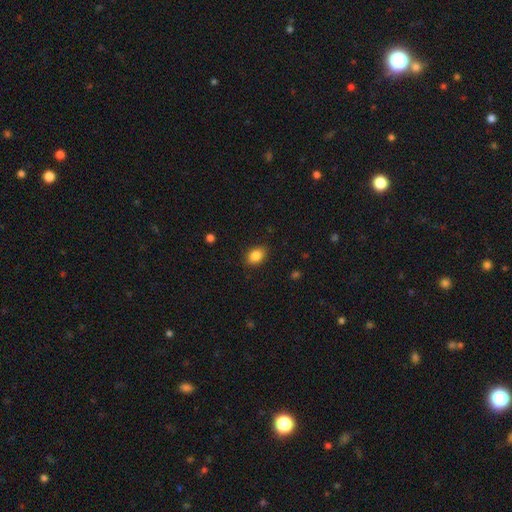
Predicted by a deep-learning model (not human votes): smooth 86%, star or artifact 9%, featured or disk 5%. Down the decision tree: how rounded — in between (73%); merging — none (87%).